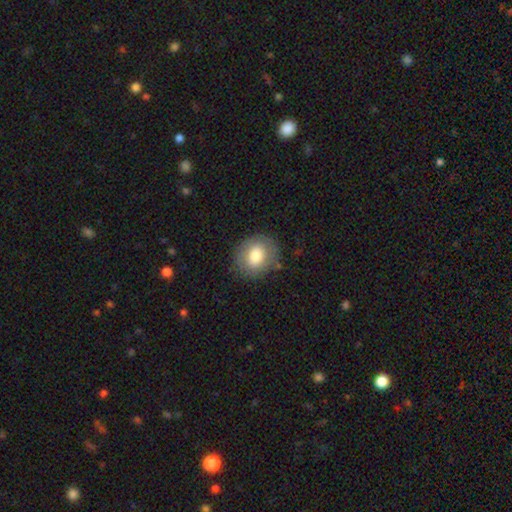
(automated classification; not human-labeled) Smooth or featured: smooth — 75% (featured or disk — 17%)
How rounded: round — 69% (in between — 30%)
Merging: none — 80% (minor disturbance — 14%)